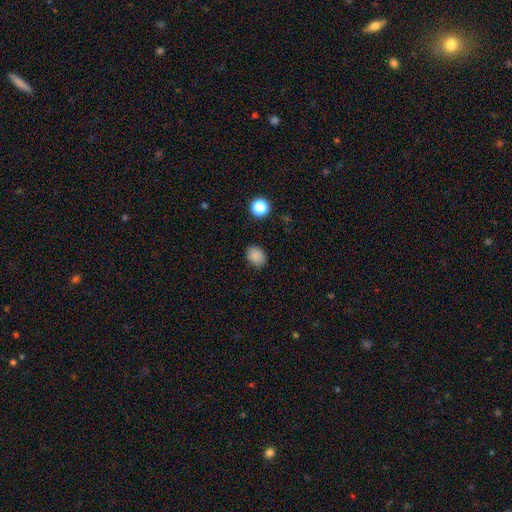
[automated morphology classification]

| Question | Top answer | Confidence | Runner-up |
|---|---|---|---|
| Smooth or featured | smooth | 86% | star or artifact (11%) |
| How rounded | in between | 56% | round (44%) |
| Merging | none | 84% | minor disturbance (12%) |